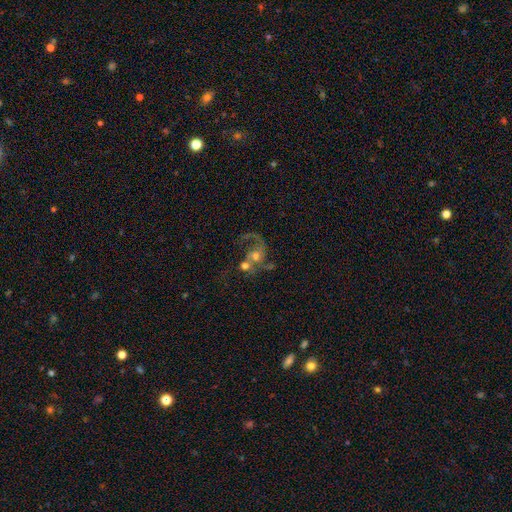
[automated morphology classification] Smooth or featured? Predicted: featured or disk (p=0.70). Edge-on disk? Predicted: no (p=0.98). Bar? Predicted: no (p=0.70). Spiral arms? Predicted: yes (p=0.85). Spiral winding? Predicted: loose (p=0.65). Spiral arm count? Predicted: 1 (p=0.45). Bulge size? Predicted: moderate (p=0.53). Merging? Predicted: merger (p=0.53).